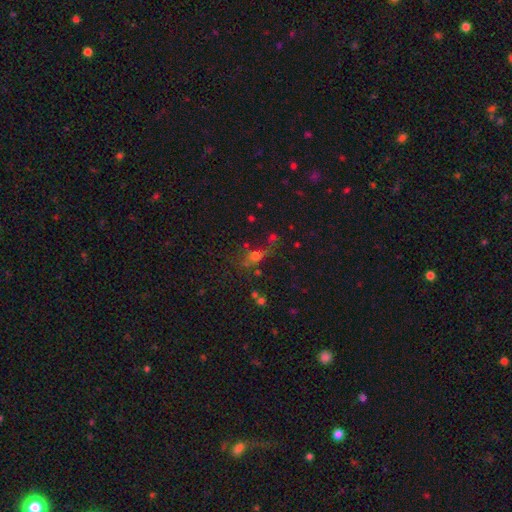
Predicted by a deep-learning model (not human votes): This appears to be a smooth galaxy with no disk features (44%). Merging: none (48%).